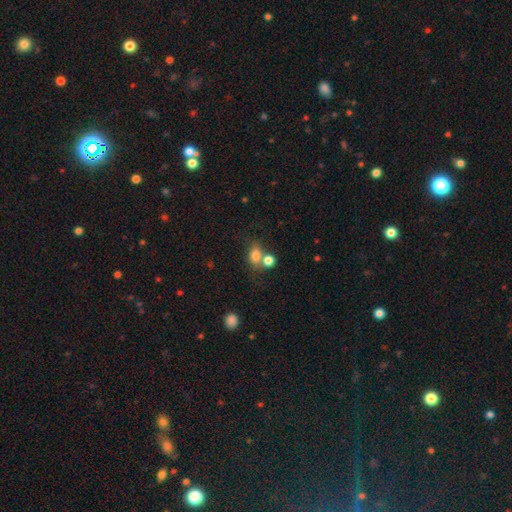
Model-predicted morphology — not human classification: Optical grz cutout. It shows a smooth galaxy with no disk features (79%) that is in between round and cigar-shaped (64%). Merging: none (44%).